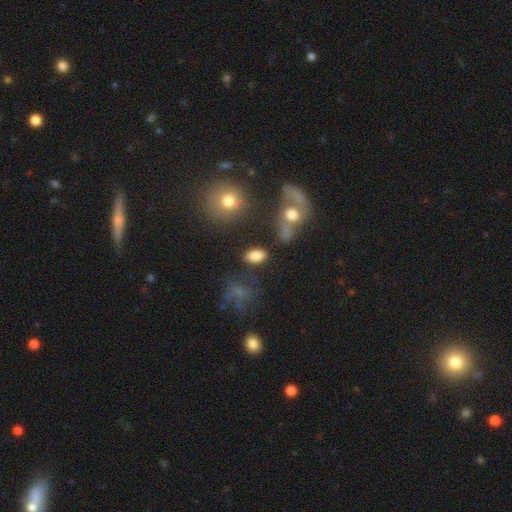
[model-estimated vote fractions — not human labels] Overall: smooth (81%). How rounded: in between (90%). Merging: none (73%).